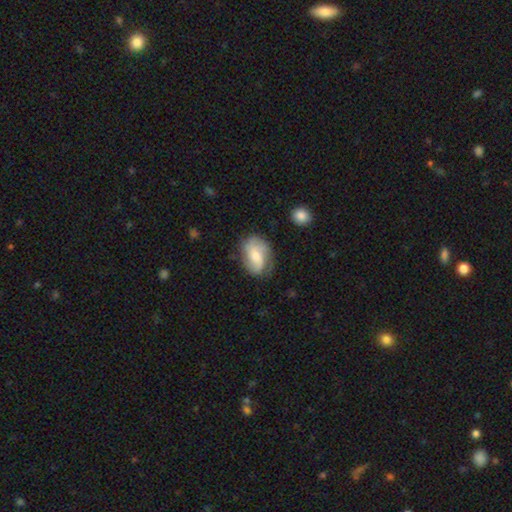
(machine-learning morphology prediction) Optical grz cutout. It shows a smooth galaxy with no disk features (49%). Merging: none (61%).